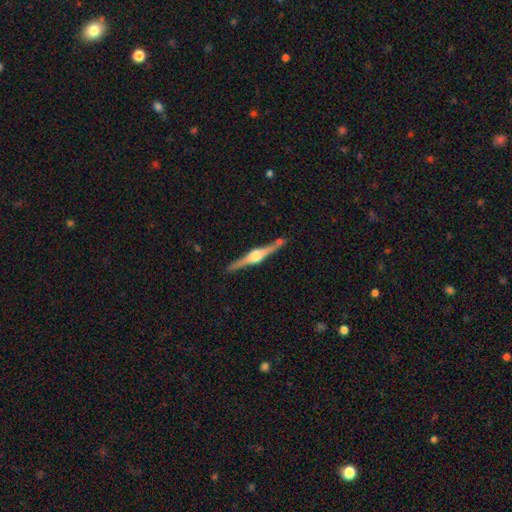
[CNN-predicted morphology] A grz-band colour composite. It shows a featured or disk galaxy (85%) viewed edge-on (98%) with a rounded central bulge (91%). Merging: none (85%).